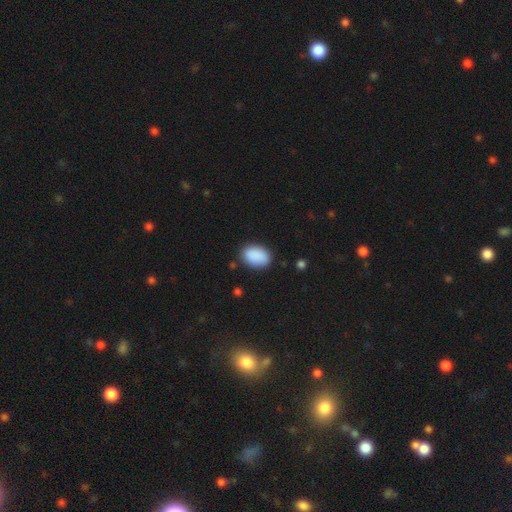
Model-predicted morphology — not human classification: smooth_or_featured: smooth (p=0.90) [alt: star or artifact p=0.07]
how_rounded: in between (p=0.87) [alt: round p=0.12]
merging: none (p=0.85) [alt: minor disturbance p=0.11]